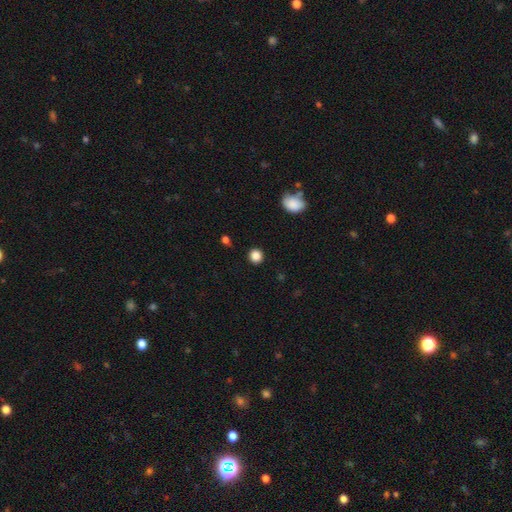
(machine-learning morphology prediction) A smooth galaxy with no disk features (86%) that is round (89%).

Vote fractions:
- Smooth or featured? smooth: 86% / star or artifact: 10% / featured or disk: 3%
- How rounded? round: 89% / in between: 10% / cigar-shaped: 1%
- Merging? none: 90% / minor disturbance: 6% / major disturbance: 2% / merger: 2%